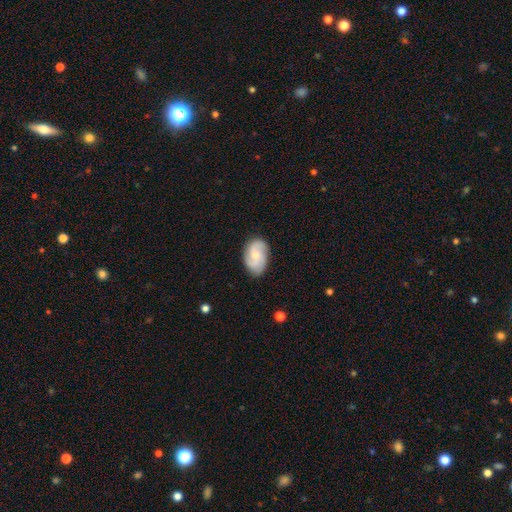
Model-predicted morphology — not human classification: A featured or disk galaxy (65%) with no bar (66%), 3 (45%) medium (48%) spiral arms (94%) and a small central bulge (56%).

Vote fractions:
- Smooth or featured? featured or disk: 65% / smooth: 29% / star or artifact: 6%
- Edge-on disk? no: 97% / yes: 3%
- Bar? no: 66% / weak: 30% / strong: 4%
- Spiral arms? yes: 94% / no: 6%
- Spiral winding? medium: 48% / tight: 30% / loose: 22%
- Spiral arm count? 3: 45% / 2: 30% / can't tell: 13% / 4: 6% / 1: 3% / more than 4: 3%
- Bulge size? small: 56% / moderate: 38% / none: 3% / large: 2% / dominant: 1%
- Merging? none: 80% / minor disturbance: 15% / major disturbance: 3% / merger: 1%